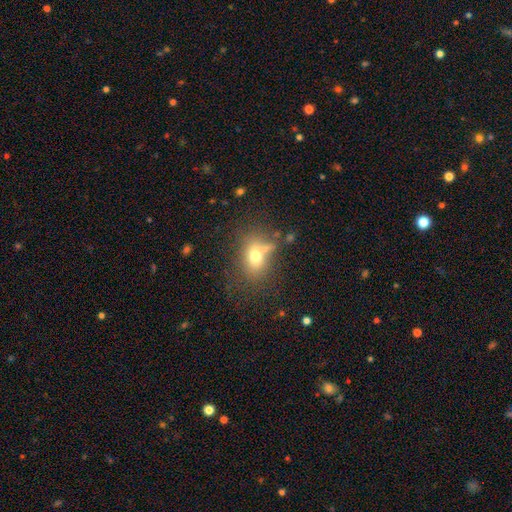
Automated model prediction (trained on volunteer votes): This appears to be a smooth galaxy with no disk features (69%) that is in between round and cigar-shaped (66%). Merging: none (57%).